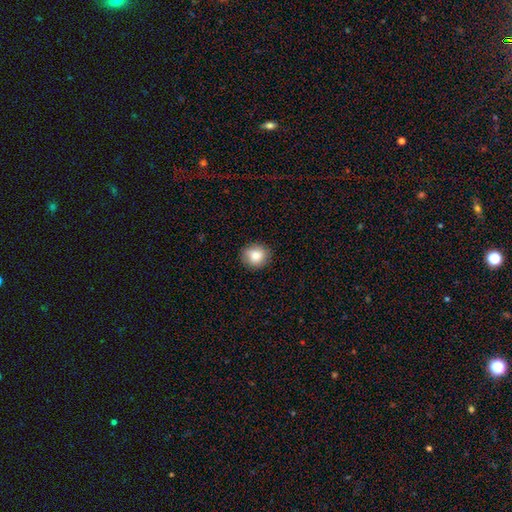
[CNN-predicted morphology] This is clearly a smooth galaxy (84%). How rounded: likely round (79%). Merging: clearly none (87%).